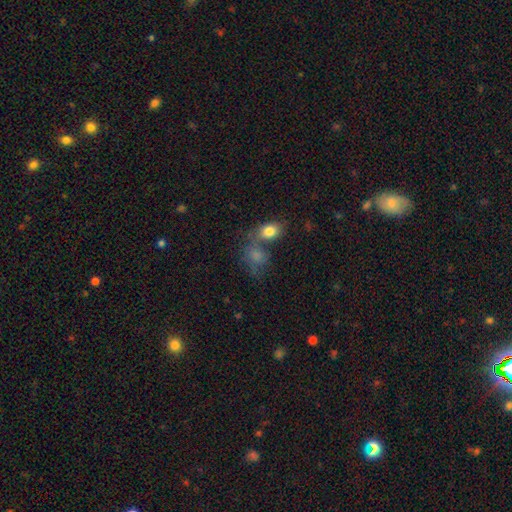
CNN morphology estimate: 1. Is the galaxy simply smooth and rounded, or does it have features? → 76% smooth, 12% featured or disk, 12% star or artifact.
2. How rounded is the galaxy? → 58% in between, 40% round, 2% cigar-shaped.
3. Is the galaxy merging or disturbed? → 40% merger, 36% none, 14% minor disturbance, 9% major disturbance.